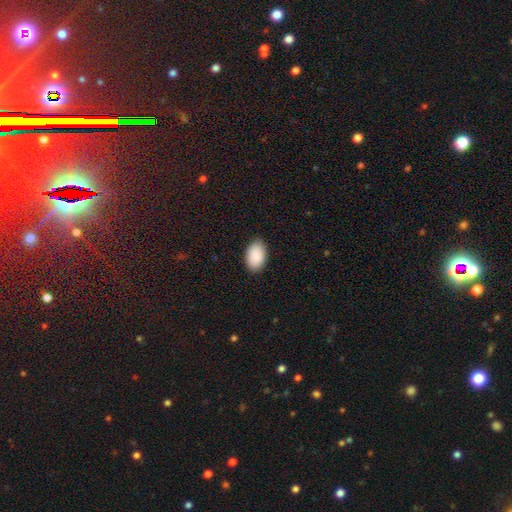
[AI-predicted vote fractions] This is clearly a smooth galaxy (91%). How rounded: clearly in between (93%). Merging: clearly none (87%).